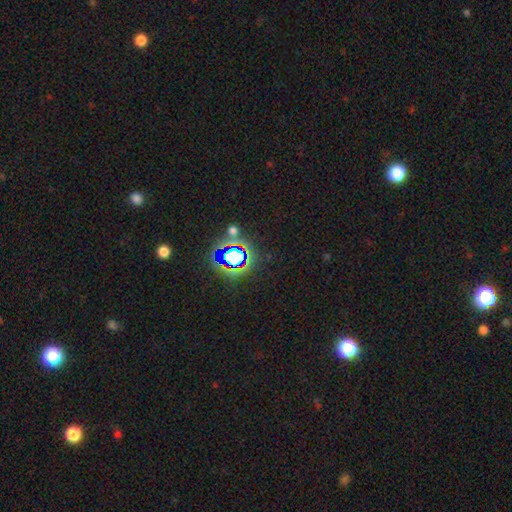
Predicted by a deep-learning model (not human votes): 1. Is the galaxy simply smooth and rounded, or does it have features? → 79% star or artifact, 13% smooth, 7% featured or disk.